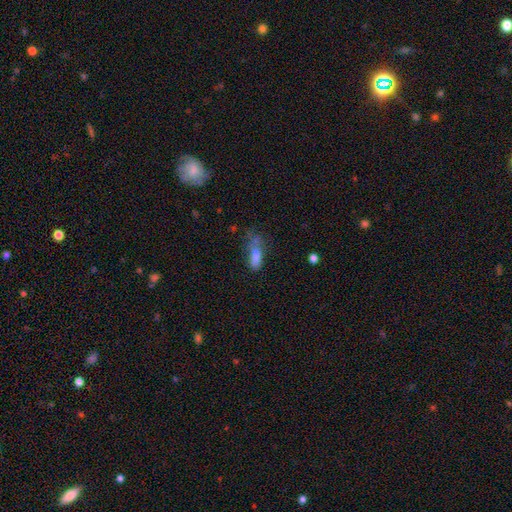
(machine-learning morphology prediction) Smooth or featured?
  - smooth: 70% *
  - featured or disk: 17%
  - star or artifact: 13%
How rounded?
  - in between: 64% *
  - cigar-shaped: 33%
  - round: 4%
Merging?
  - none: 32% *
  - major disturbance: 30%
  - minor disturbance: 27%
  - merger: 11%